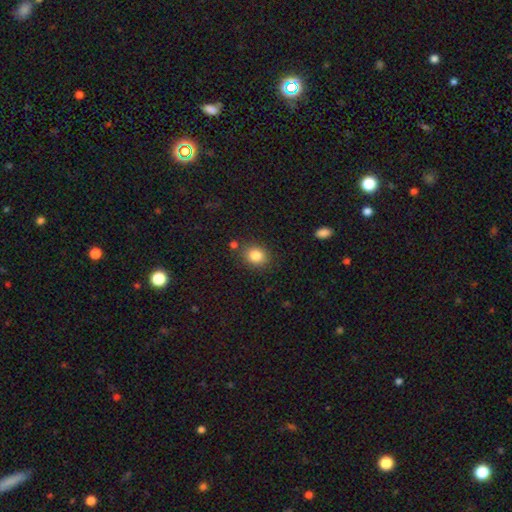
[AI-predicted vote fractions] Overall: smooth (84%). How rounded: round (58%; in between 41%). Merging: none (81%).